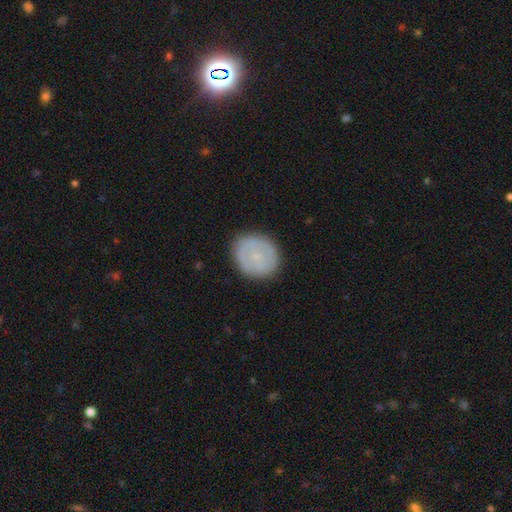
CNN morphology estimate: Smooth or featured? smooth (66%)
How rounded? round (81%)
Merging? none (86%)